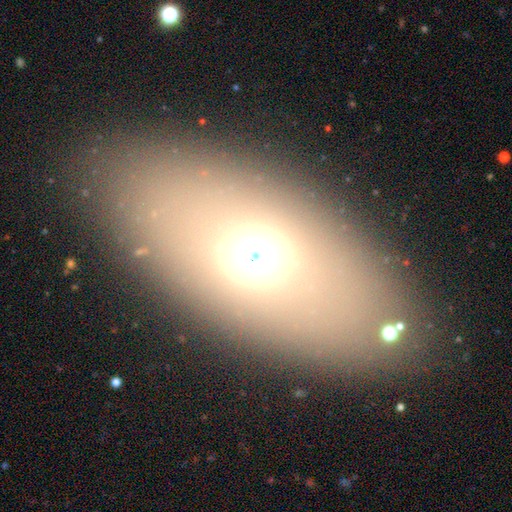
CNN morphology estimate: Smooth or featured?
  - smooth: 56% *
  - featured or disk: 29%
  - star or artifact: 15%
How rounded?
  - in between: 84% *
  - round: 11%
  - cigar-shaped: 5%
Merging?
  - none: 83% *
  - minor disturbance: 9%
  - major disturbance: 5%
  - merger: 2%